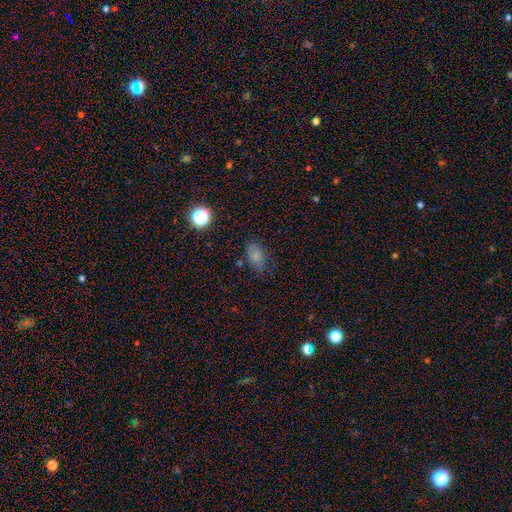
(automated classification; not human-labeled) The model was most divided on "merging": none: 70%, minor disturbance: 22%, major disturbance: 6%, merger: 2%. More confident: how rounded — in between (84%); smooth or featured — smooth (74%).